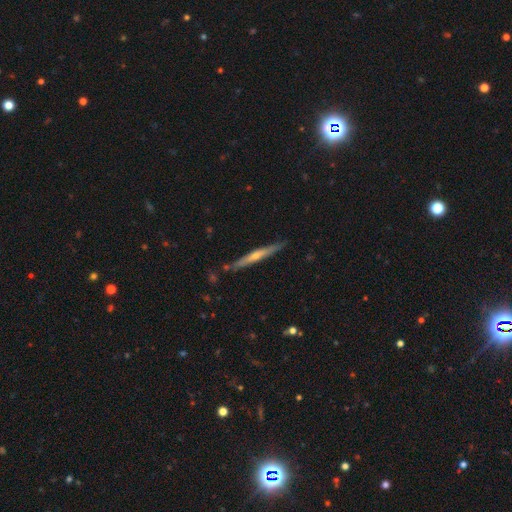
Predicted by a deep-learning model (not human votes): smooth_or_featured: featured or disk (p=0.61) [alt: smooth p=0.33]
disk_edge_on: yes (p=0.96) [alt: no p=0.04]
edge_on_bulge: rounded (p=0.64) [alt: none p=0.32]
merging: none (p=0.86) [alt: minor disturbance p=0.10]